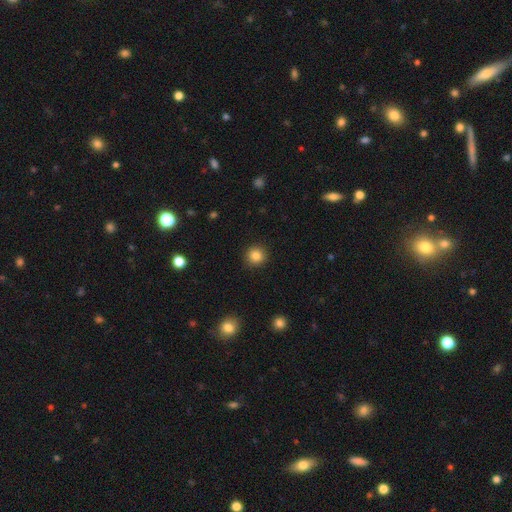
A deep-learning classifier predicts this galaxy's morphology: Q: Smooth or featured?
A: smooth (84%); runner-up: star or artifact (11%)
Q: How rounded?
A: round (92%); runner-up: in between (7%)
Q: Merging?
A: none (91%); runner-up: minor disturbance (6%)